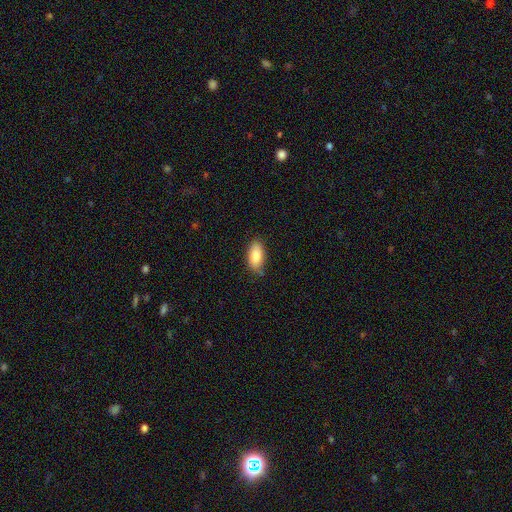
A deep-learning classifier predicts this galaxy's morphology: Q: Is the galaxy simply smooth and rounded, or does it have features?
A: smooth — 83%.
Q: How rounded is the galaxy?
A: in between — 91%.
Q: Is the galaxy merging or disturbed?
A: none — 75%.